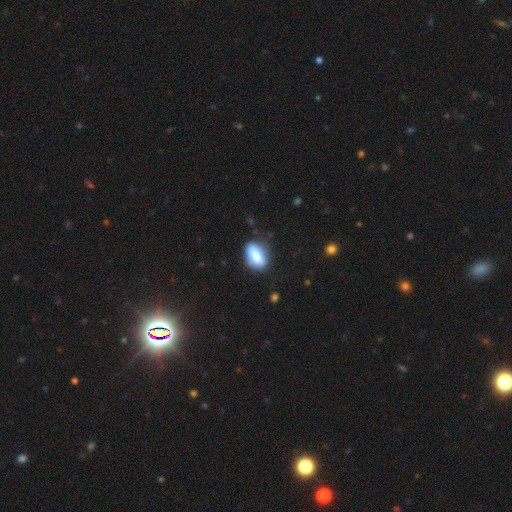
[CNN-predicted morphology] smooth 82%, featured or disk 10%, star or artifact 7%. Down the decision tree: how rounded — in between (88%); merging — none (76%).